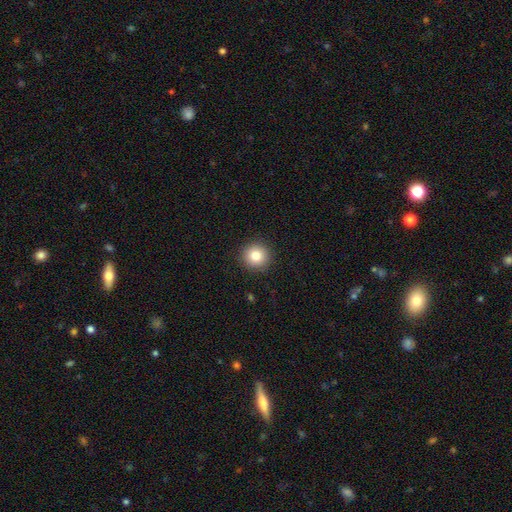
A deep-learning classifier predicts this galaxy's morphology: Q: Smooth or featured?
A: smooth (83%); runner-up: star or artifact (10%)
Q: How rounded?
A: round (95%); runner-up: in between (4%)
Q: Merging?
A: none (92%); runner-up: minor disturbance (5%)